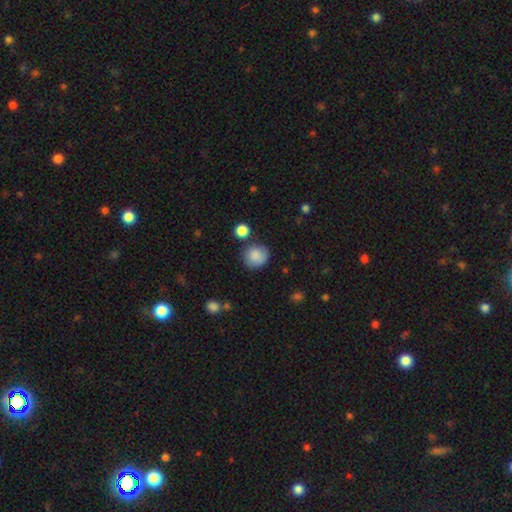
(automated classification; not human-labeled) Smooth or featured? smooth (86%)
How rounded? round (87%)
Merging? none (76%)